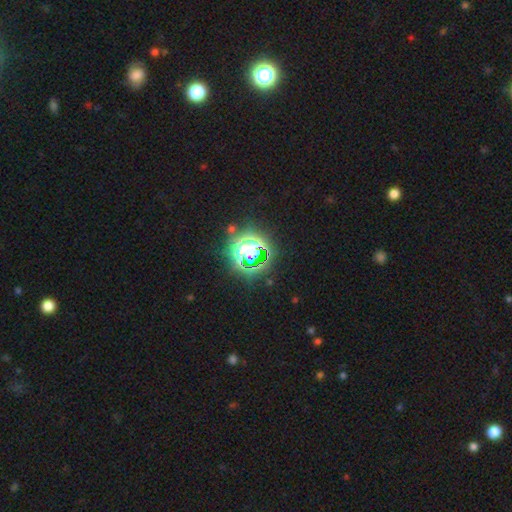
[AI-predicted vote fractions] This is likely a star or artifact rather than a galaxy (69%).